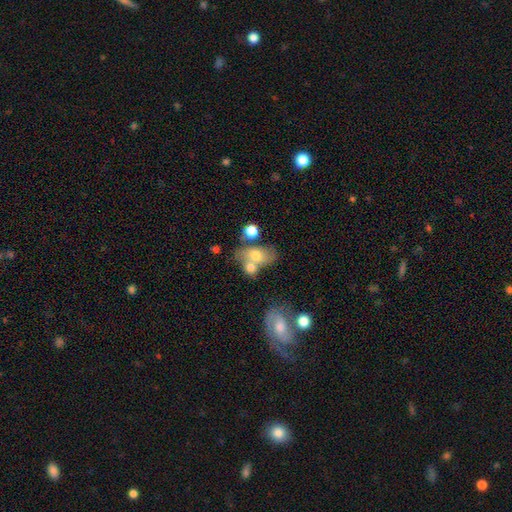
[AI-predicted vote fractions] smooth 63%, featured or disk 27%, star or artifact 10%. Down the decision tree: how rounded — in between (75%); merging — merger (51%).